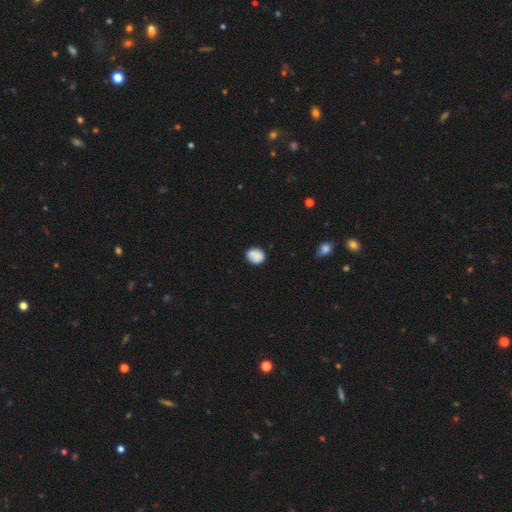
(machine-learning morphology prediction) Q: Smooth or featured?
A: smooth (82%); runner-up: featured or disk (10%)
Q: How rounded?
A: round (61%); runner-up: in between (38%)
Q: Merging?
A: none (73%); runner-up: minor disturbance (19%)